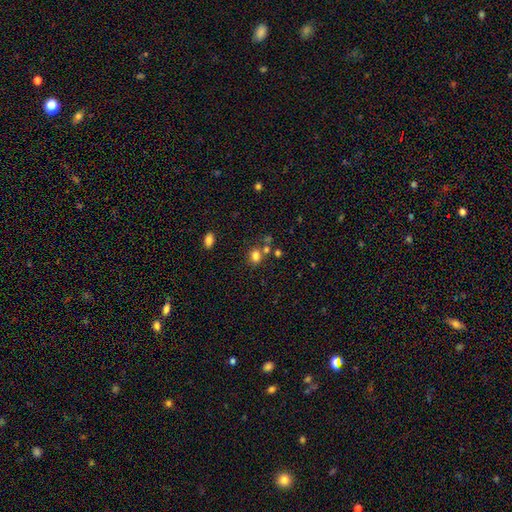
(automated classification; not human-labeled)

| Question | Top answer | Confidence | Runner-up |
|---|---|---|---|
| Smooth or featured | smooth | 78% | star or artifact (14%) |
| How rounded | round | 57% | in between (42%) |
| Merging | none | 64% | merger (19%) |